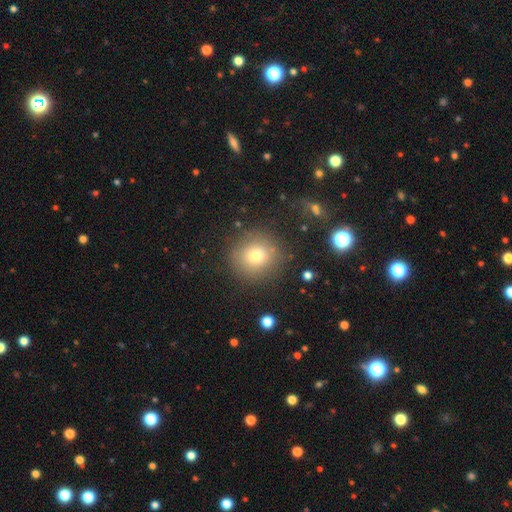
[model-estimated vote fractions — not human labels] Smooth or featured?
  - smooth: 73% *
  - star or artifact: 15%
  - featured or disk: 12%
How rounded?
  - round: 92% *
  - in between: 7%
  - cigar-shaped: 1%
Merging?
  - none: 85% *
  - minor disturbance: 9%
  - major disturbance: 4%
  - merger: 2%